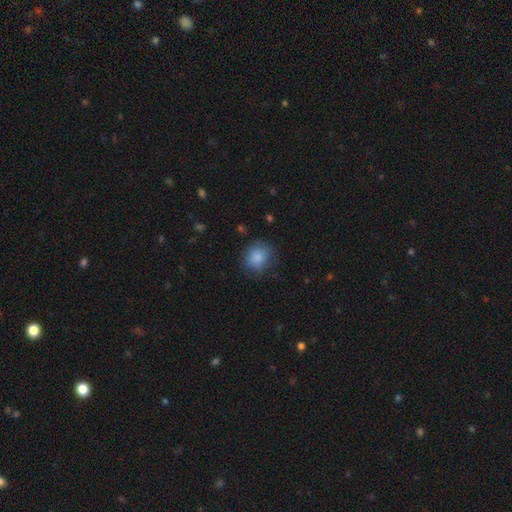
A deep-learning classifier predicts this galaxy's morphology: The model was most divided on "merging": none: 78%, minor disturbance: 16%, major disturbance: 5%, merger: 1%. More confident: smooth or featured — smooth (83%); how rounded — round (82%).